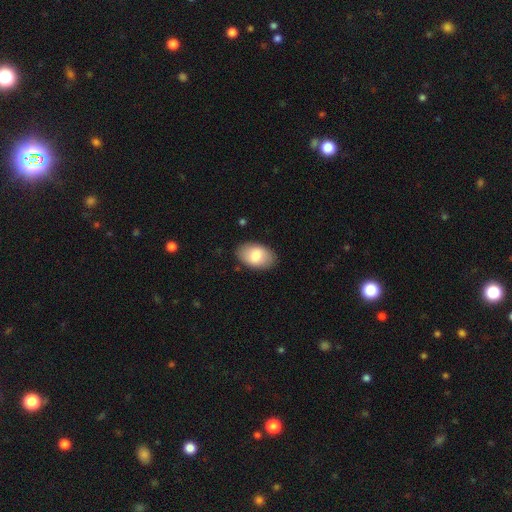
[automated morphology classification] The model was most divided on "smooth or featured": smooth: 78%, featured or disk: 16%, star or artifact: 6%. More confident: how rounded — in between (92%); merging — none (86%).